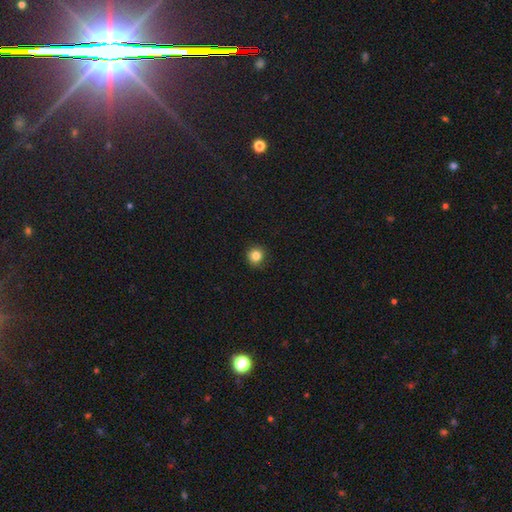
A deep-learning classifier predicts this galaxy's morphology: This is clearly a smooth galaxy (83%). How rounded: clearly round (93%). Merging: clearly none (89%).